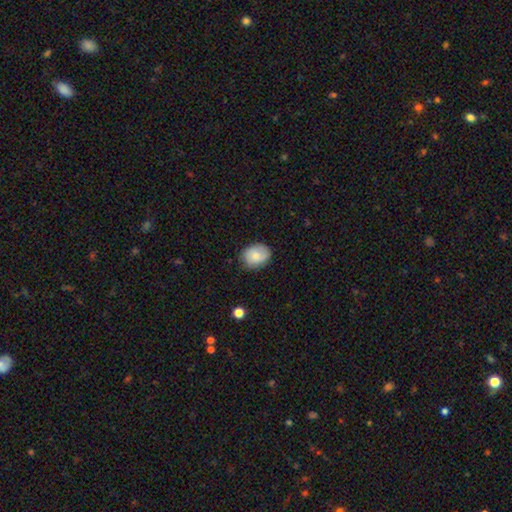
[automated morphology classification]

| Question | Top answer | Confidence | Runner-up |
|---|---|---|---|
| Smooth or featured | smooth | 76% | featured or disk (17%) |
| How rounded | in between | 59% | round (40%) |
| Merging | none | 78% | minor disturbance (18%) |